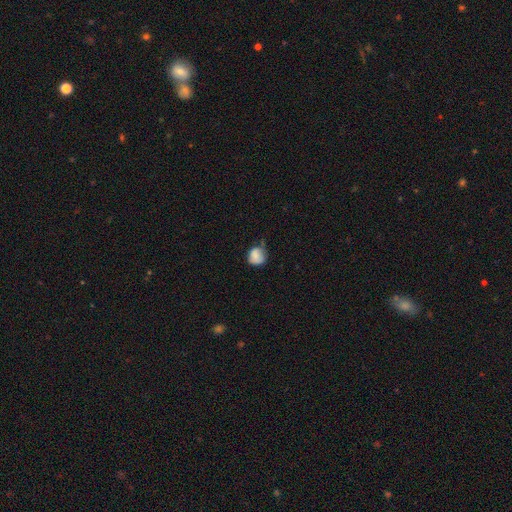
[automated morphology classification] Smooth or featured? Predicted: smooth (p=0.79). How rounded? Predicted: round (p=0.77). Merging? Predicted: none (p=0.45).